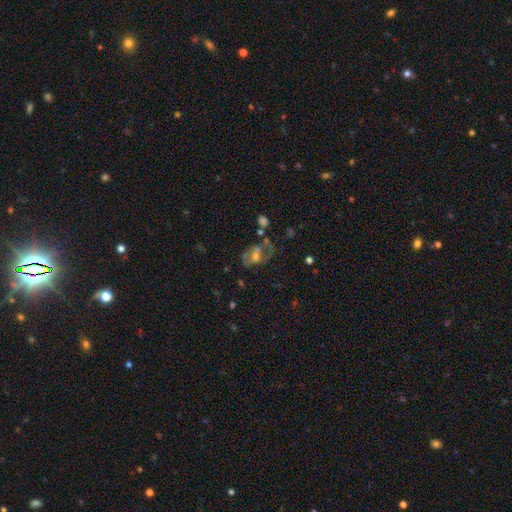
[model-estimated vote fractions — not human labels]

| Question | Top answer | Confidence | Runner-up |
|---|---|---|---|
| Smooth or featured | featured or disk | 57% | smooth (32%) |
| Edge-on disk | no | 94% | yes (6%) |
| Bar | no | 47% | weak (34%) |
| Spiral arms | no | 62% | yes (38%) |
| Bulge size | moderate | 55% | small (26%) |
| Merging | none | 45% | major disturbance (24%) |